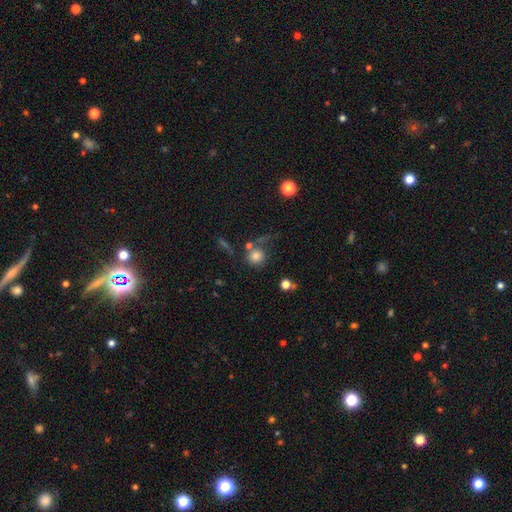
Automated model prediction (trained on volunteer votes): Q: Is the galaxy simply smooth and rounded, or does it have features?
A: smooth — 78%.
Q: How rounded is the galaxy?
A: round — 89%.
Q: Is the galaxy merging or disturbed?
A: none — 57%.